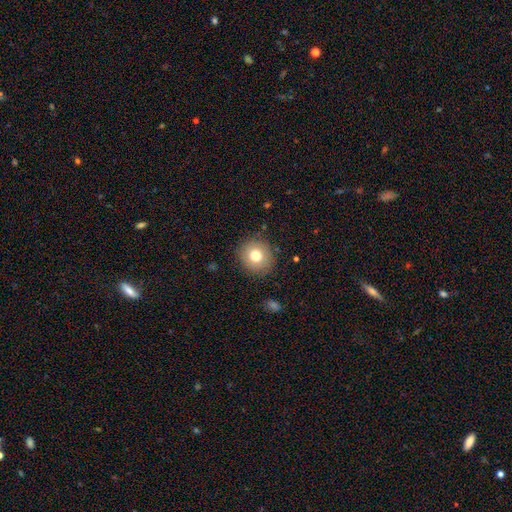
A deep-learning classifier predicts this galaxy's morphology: A smooth galaxy with no disk features (76%) that is round (90%). Merging: none (88%).